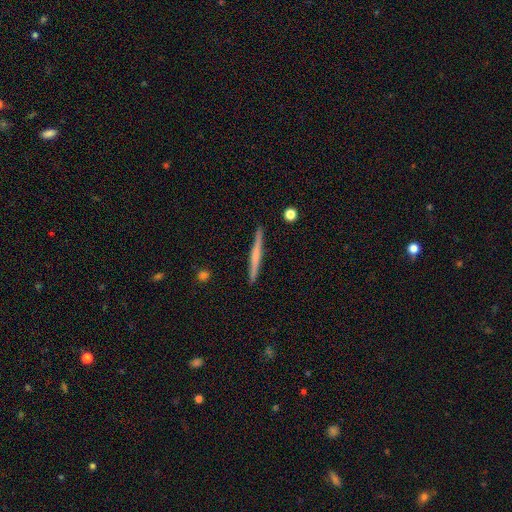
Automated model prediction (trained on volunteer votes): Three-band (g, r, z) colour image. It shows a featured or disk galaxy (56%) viewed edge-on (98%) with no central bulge (47%). Merging: none (92%).